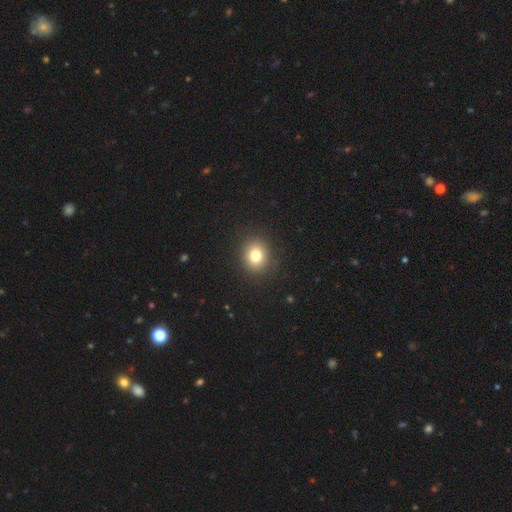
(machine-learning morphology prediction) type=smooth (79%); roundness=round (74%); merging=none (90%).